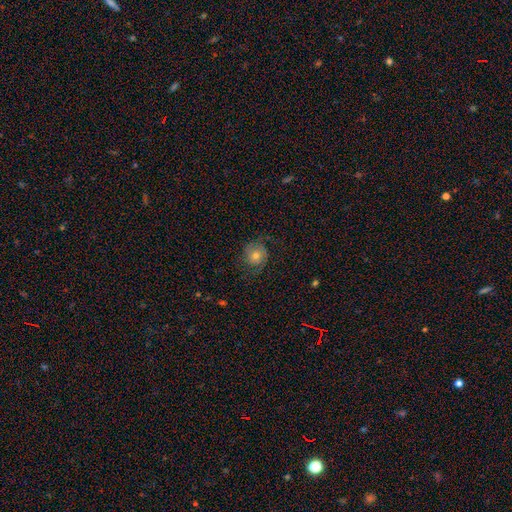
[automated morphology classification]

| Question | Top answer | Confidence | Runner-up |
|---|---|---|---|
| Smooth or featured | smooth | 46% | featured or disk (42%) |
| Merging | none | 72% | minor disturbance (17%) |